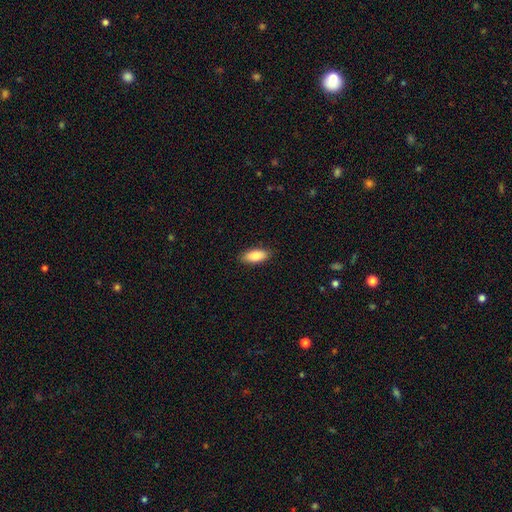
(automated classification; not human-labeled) A smooth galaxy with no disk features (86%) that is in between round and cigar-shaped (86%).

Vote fractions:
- Smooth or featured? smooth: 86% / featured or disk: 8% / star or artifact: 6%
- How rounded? in between: 86% / cigar-shaped: 12% / round: 2%
- Merging? none: 88% / minor disturbance: 9% / major disturbance: 2% / merger: 1%